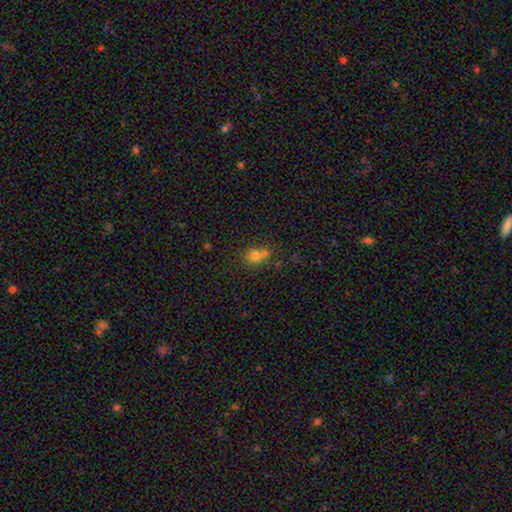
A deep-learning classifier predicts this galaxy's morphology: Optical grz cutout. It shows a smooth galaxy with no disk features (73%) that is round (72%). Merging: merger (45%).